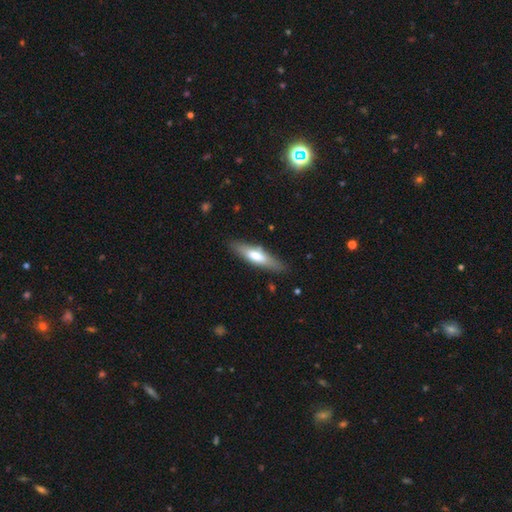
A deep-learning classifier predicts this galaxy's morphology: Smooth or featured? Predicted: smooth (p=0.58). How rounded? Predicted: cigar-shaped (p=0.69). Merging? Predicted: none (p=0.82).